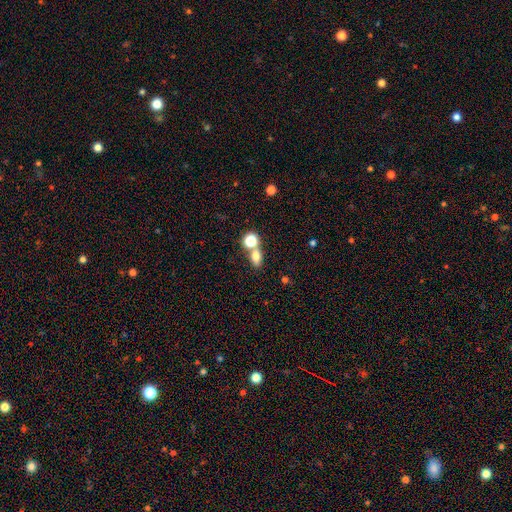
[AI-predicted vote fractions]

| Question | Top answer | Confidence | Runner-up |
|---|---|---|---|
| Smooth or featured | smooth | 74% | star or artifact (14%) |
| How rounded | in between | 65% | round (30%) |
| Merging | none | 46% | merger (41%) |